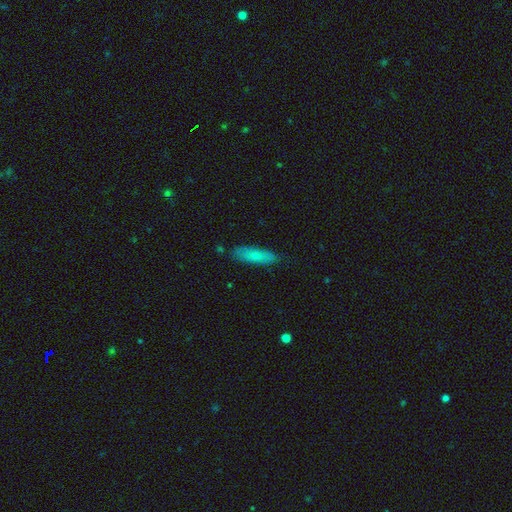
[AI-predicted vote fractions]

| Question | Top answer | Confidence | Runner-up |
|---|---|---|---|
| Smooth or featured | smooth | 72% | featured or disk (22%) |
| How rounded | cigar-shaped | 57% | in between (41%) |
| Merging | none | 82% | minor disturbance (14%) |